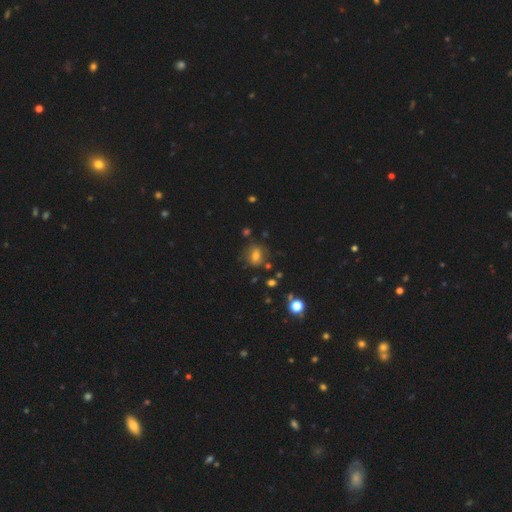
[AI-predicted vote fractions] Smooth or featured: smooth — 67% (featured or disk — 18%)
How rounded: in between — 60% (round — 37%)
Merging: none — 68% (minor disturbance — 19%)